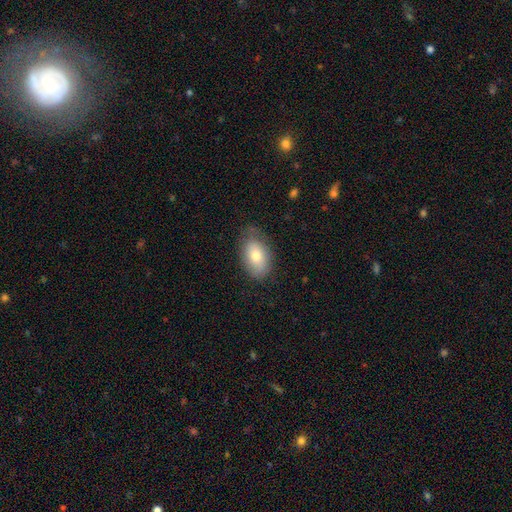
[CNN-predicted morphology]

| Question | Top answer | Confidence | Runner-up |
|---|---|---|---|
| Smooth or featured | smooth | 74% | featured or disk (18%) |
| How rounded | in between | 90% | round (8%) |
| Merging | none | 72% | minor disturbance (22%) |